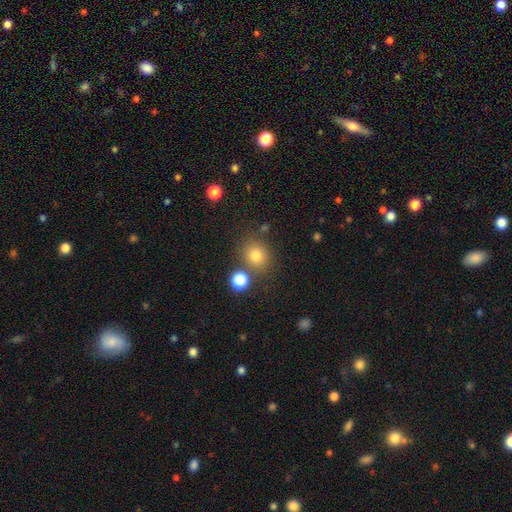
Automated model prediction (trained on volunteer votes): Smooth or featured? smooth (79%)
How rounded? round (82%)
Merging? none (76%)